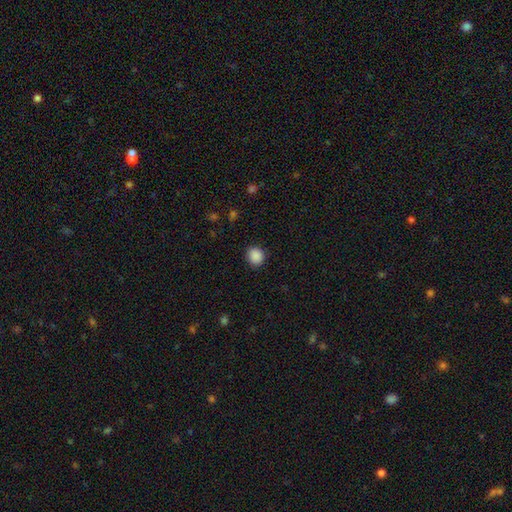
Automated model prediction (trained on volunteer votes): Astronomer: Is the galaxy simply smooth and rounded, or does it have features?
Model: smooth — 89%.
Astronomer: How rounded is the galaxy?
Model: round — 77%.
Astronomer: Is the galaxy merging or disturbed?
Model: none — 89%.